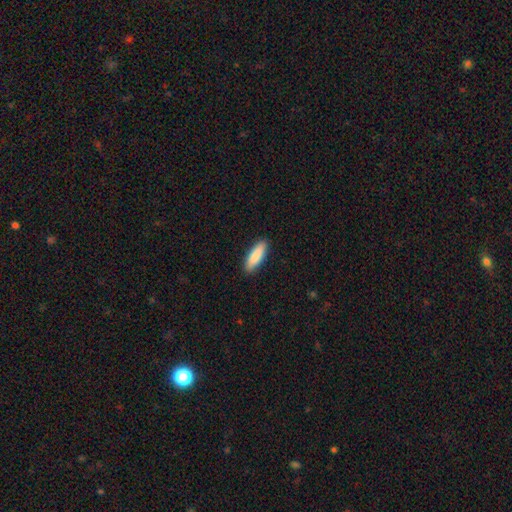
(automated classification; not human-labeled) Morphology: type=smooth (89%); roundness=in between (53%); merging=none (90%).